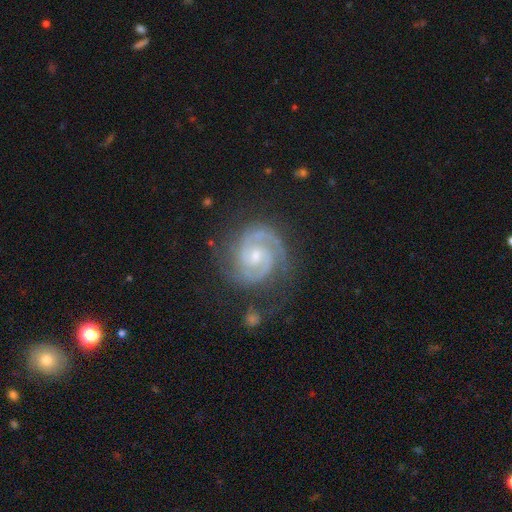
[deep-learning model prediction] This is clearly a featured or disk galaxy (92%). It is clearly not viewed edge-on (98%). Bar: possibly no (56%). Spiral arm pattern: clearly yes (98%). Spiral arm count: clearly 2 (83%). Spiral winding: likely tight (62%). Central bulge: possibly small (55%). Merging: likely none (73%).